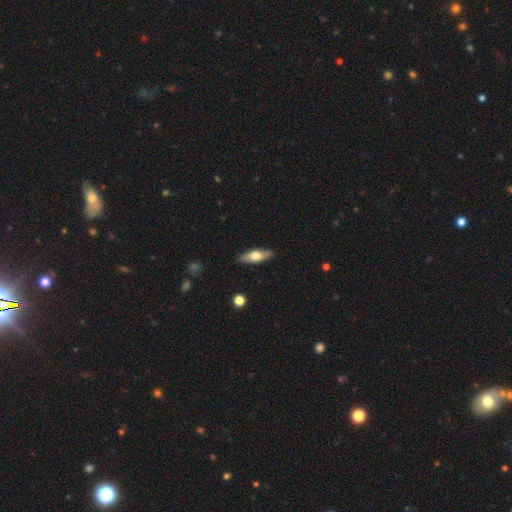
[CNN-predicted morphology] A smooth galaxy with no disk features (54%) that is in between round and cigar-shaped (57%).

Vote fractions:
- Smooth or featured? smooth: 54% / featured or disk: 40% / star or artifact: 6%
- How rounded? in between: 57% / cigar-shaped: 40% / round: 3%
- Merging? none: 87% / minor disturbance: 10% / major disturbance: 2% / merger: 1%